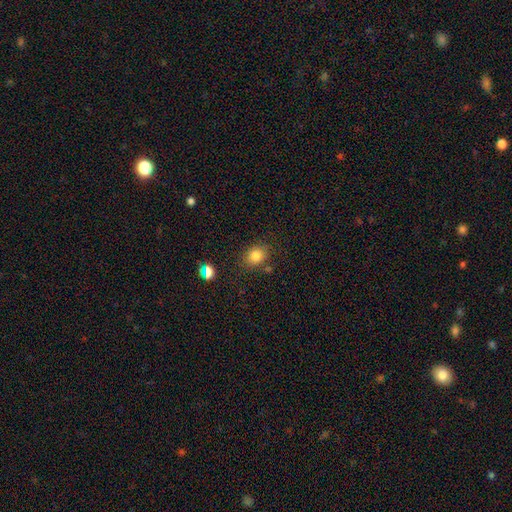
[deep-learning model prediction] Smooth or featured?
  - smooth: 82% *
  - star or artifact: 12%
  - featured or disk: 6%
How rounded?
  - in between: 51% *
  - round: 48%
  - cigar-shaped: 1%
Merging?
  - none: 75% *
  - minor disturbance: 15%
  - merger: 5%
  - major disturbance: 5%